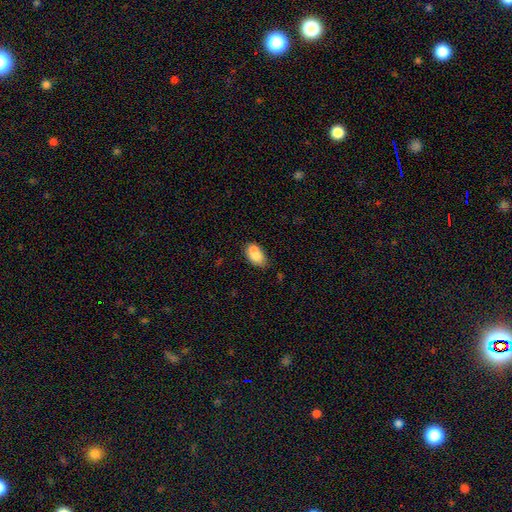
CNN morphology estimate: smooth_or_featured: smooth (p=0.73) [alt: featured or disk p=0.19]
how_rounded: in between (p=0.85) [alt: round p=0.13]
merging: merger (p=0.41) [alt: none p=0.38]